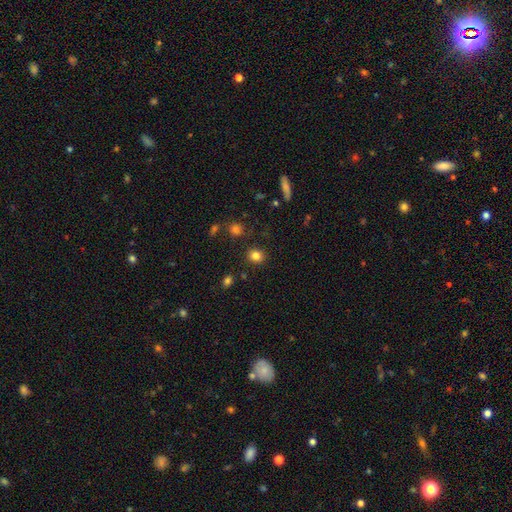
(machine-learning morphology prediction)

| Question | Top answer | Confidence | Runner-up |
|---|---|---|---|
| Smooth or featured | smooth | 82% | star or artifact (12%) |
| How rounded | round | 76% | in between (23%) |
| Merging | none | 88% | minor disturbance (8%) |